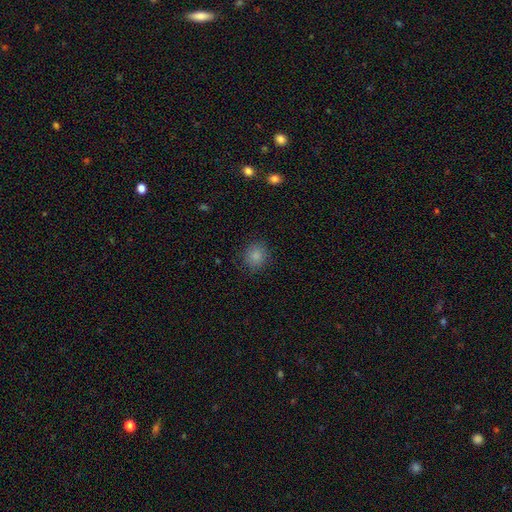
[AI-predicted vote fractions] Q: Smooth or featured?
A: smooth (85%); runner-up: star or artifact (10%)
Q: How rounded?
A: round (78%); runner-up: in between (21%)
Q: Merging?
A: none (85%); runner-up: minor disturbance (11%)